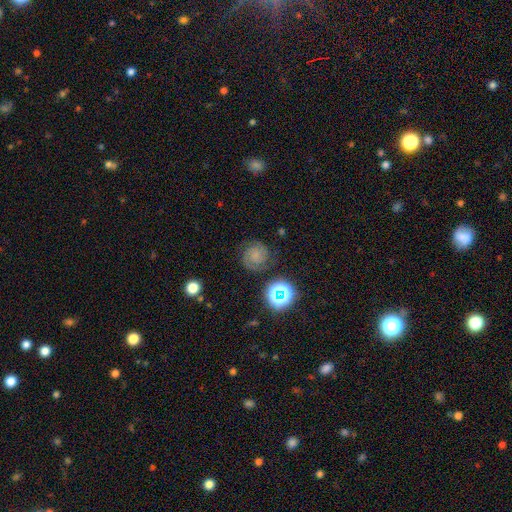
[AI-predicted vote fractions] Smooth or featured? Predicted: featured or disk (p=0.62). Edge-on disk? Predicted: no (p=0.98). Bar? Predicted: no (p=0.68). Spiral arms? Predicted: yes (p=0.95). Spiral winding? Predicted: tight (p=0.57). Spiral arm count? Predicted: 2 (p=0.75). Bulge size? Predicted: small (p=0.49). Merging? Predicted: none (p=0.77).